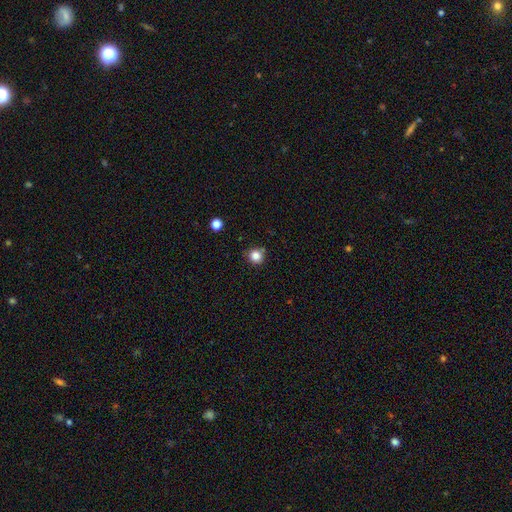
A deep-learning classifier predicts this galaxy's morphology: type=smooth (84%); roundness=round (93%); merging=none (83%).